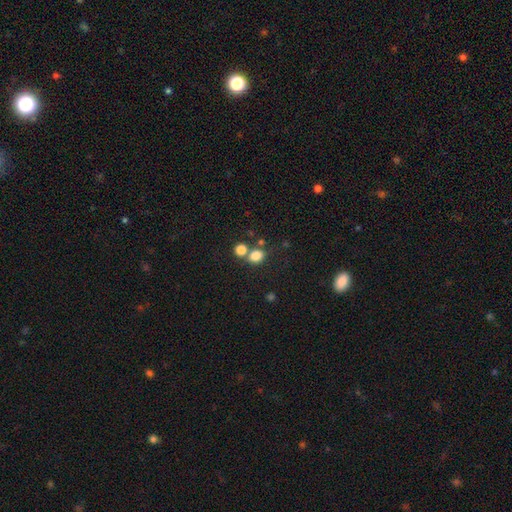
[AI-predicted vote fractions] Smooth or featured: smooth — 80% (star or artifact — 13%)
How rounded: round — 58% (in between — 41%)
Merging: none — 55% (merger — 31%)